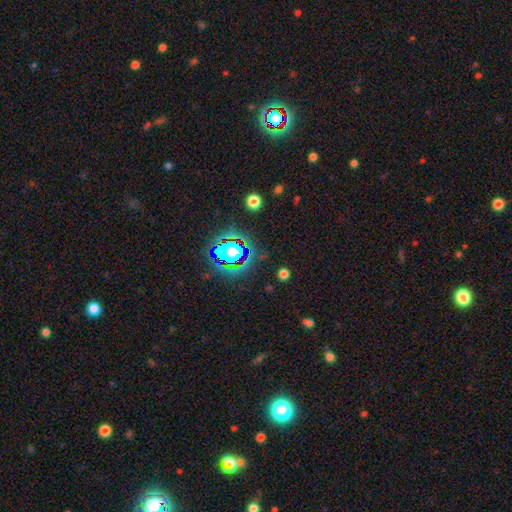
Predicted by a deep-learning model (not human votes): Morphology: type=star or artifact (81%).